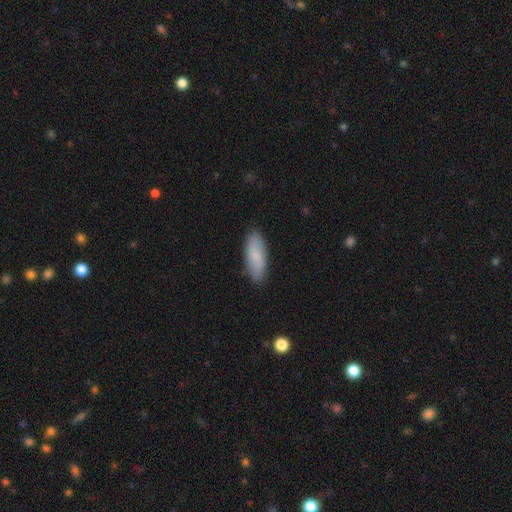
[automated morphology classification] smooth-or-featured: smooth: 77% | featured or disk: 17% | star or artifact: 6%
  how-rounded: in between: 69% | cigar-shaped: 29% | round: 2%
  merging: none: 85% | minor disturbance: 12% | major disturbance: 2% | merger: 1%